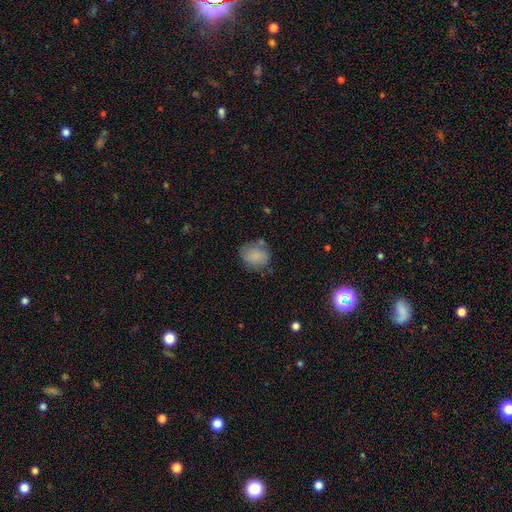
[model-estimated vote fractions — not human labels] Smooth or featured? Predicted: smooth (p=0.80). How rounded? Predicted: round (p=0.64). Merging? Predicted: none (p=0.62).